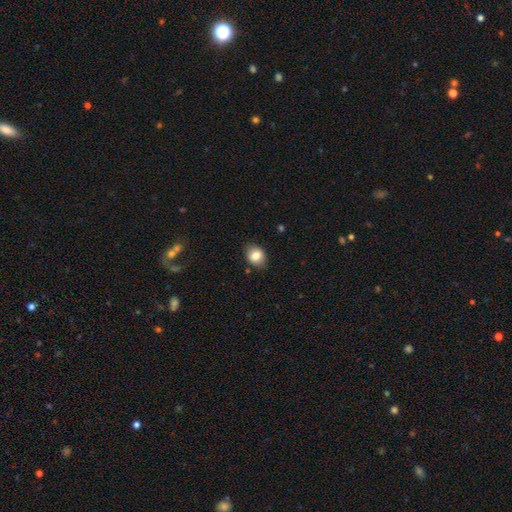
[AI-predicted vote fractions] This appears to be a smooth galaxy with no disk features (82%) that is round (52%). Merging: none (84%).